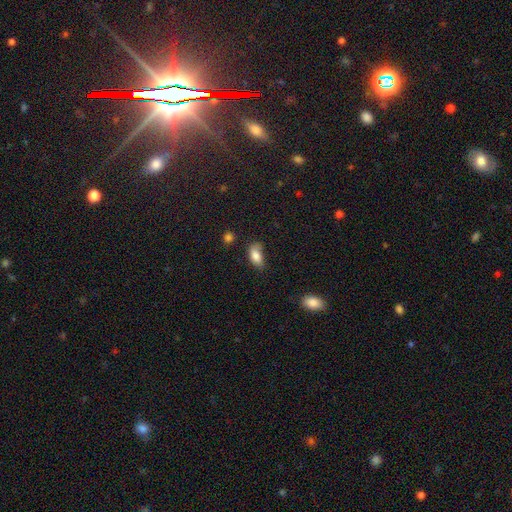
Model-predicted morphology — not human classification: Q: Smooth or featured?
A: smooth (83%); runner-up: featured or disk (9%)
Q: How rounded?
A: in between (90%); runner-up: round (5%)
Q: Merging?
A: none (49%); runner-up: minor disturbance (35%)